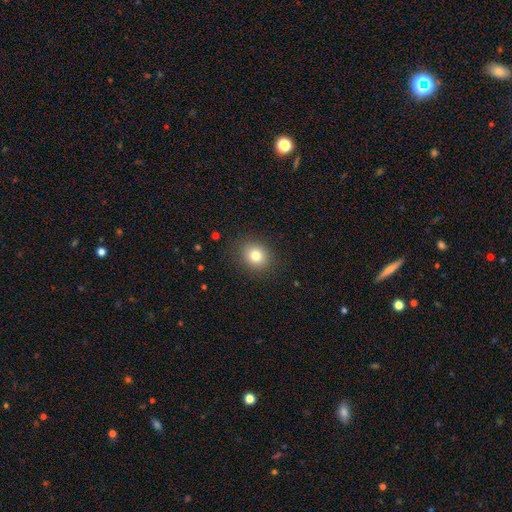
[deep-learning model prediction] Smooth or featured: smooth — 80% (star or artifact — 12%)
How rounded: round — 72% (in between — 27%)
Merging: none — 87% (minor disturbance — 8%)